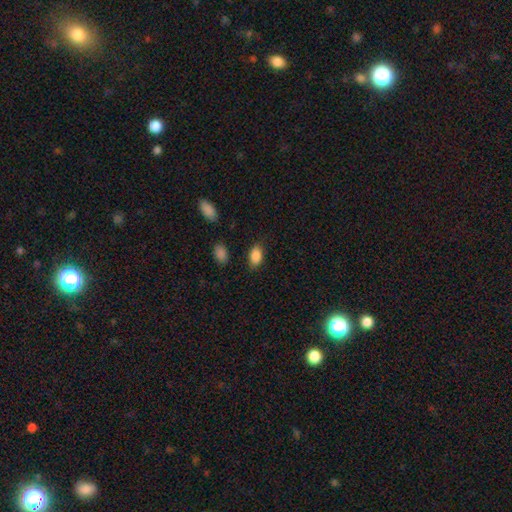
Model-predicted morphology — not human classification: Smooth or featured? Predicted: smooth (p=0.88). How rounded? Predicted: in between (p=0.90). Merging? Predicted: none (p=0.82).